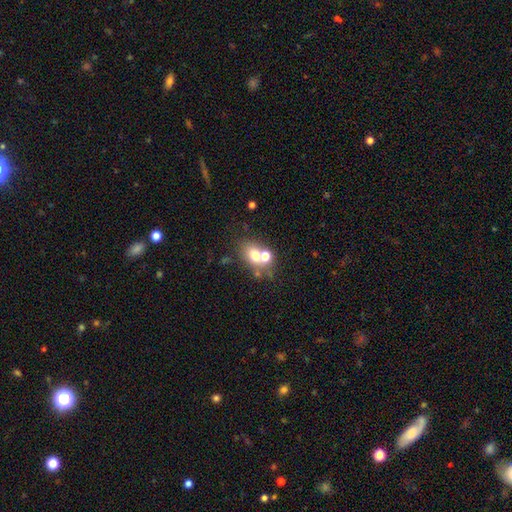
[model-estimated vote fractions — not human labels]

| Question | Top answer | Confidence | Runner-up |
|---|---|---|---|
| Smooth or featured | smooth | 64% | featured or disk (20%) |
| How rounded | in between | 55% | round (44%) |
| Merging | none | 45% | merger (38%) |